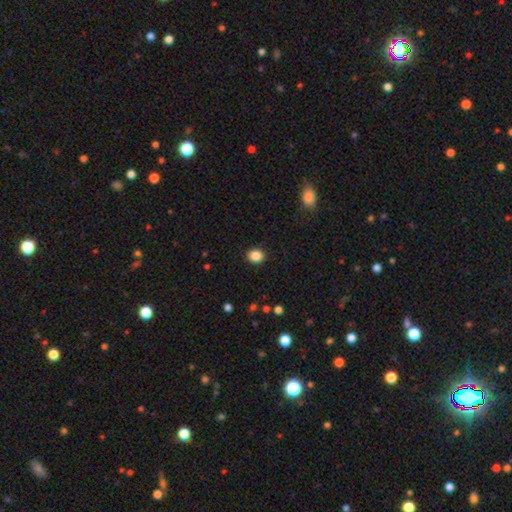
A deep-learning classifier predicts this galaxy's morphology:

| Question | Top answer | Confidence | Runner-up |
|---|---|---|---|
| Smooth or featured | smooth | 87% | star or artifact (10%) |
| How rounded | round | 69% | in between (30%) |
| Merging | none | 91% | minor disturbance (6%) |